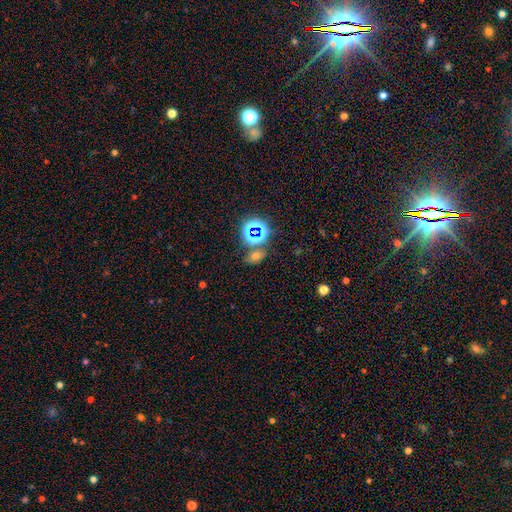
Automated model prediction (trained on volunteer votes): A star or artifact, not a galaxy (48%).

Vote fractions:
- Smooth or featured? star or artifact: 48% / smooth: 41% / featured or disk: 10%